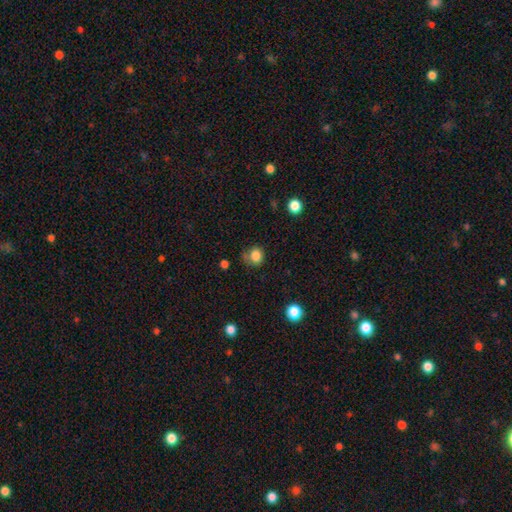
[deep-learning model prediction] Smooth or featured? Predicted: smooth (p=0.83). How rounded? Predicted: round (p=0.74). Merging? Predicted: none (p=0.59).